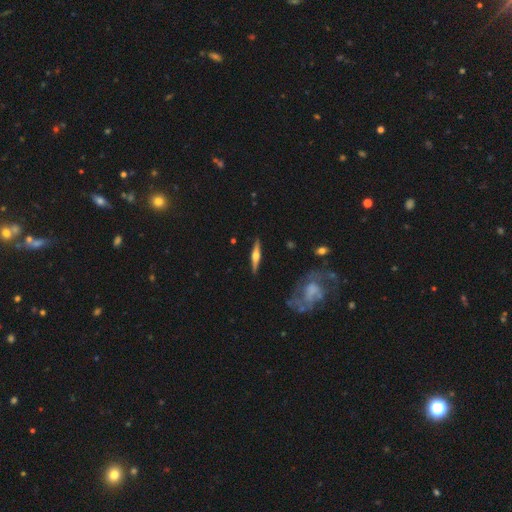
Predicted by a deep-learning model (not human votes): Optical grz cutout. It shows a featured or disk galaxy (70%) viewed edge-on (97%) with a rounded central bulge (93%). Merging: none (89%).